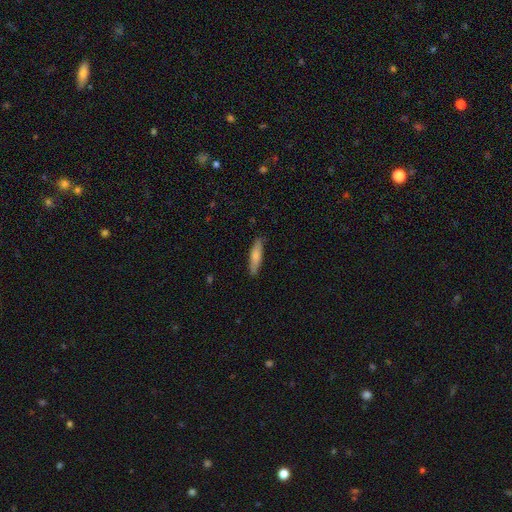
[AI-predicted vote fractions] Smooth or featured: smooth — 73% (featured or disk — 21%)
How rounded: cigar-shaped — 81% (in between — 17%)
Merging: none — 87% (minor disturbance — 10%)